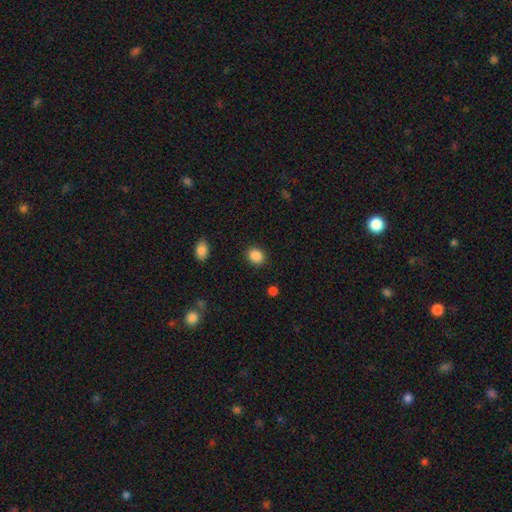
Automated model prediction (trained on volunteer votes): Smooth or featured? smooth (88%)
How rounded? round (63%)
Merging? none (88%)